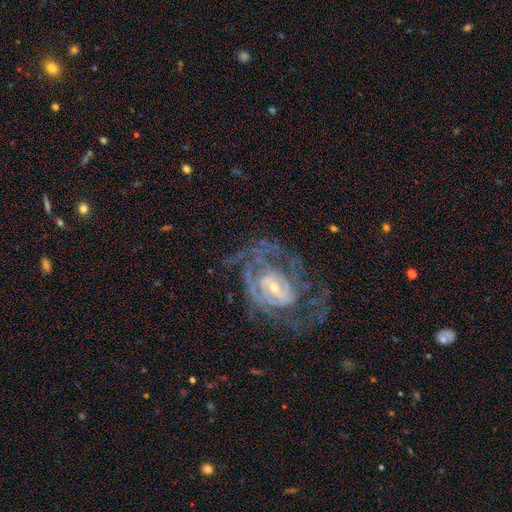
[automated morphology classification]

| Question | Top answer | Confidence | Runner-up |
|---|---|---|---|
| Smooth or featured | featured or disk | 73% | star or artifact (15%) |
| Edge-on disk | no | 96% | yes (4%) |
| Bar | no | 49% | weak (36%) |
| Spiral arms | yes | 74% | no (26%) |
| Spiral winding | tight | 50% | medium (36%) |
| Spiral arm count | can't tell | 46% | 2 (28%) |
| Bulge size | small | 58% | moderate (32%) |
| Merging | none | 60% | major disturbance (21%) |